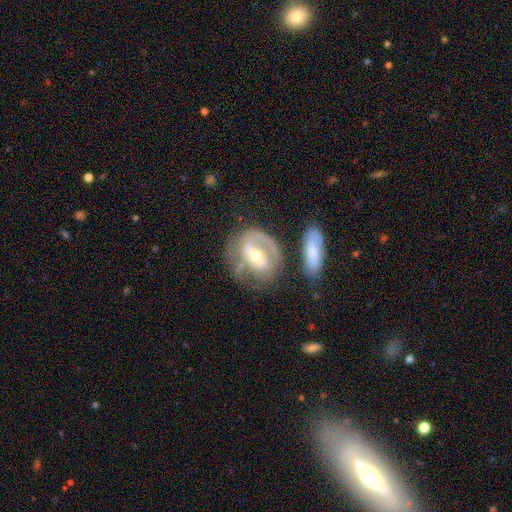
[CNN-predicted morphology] This appears to be a featured or disk galaxy (70%) with no bar (37%), spiral arms (65%) and a moderate central bulge (51%). Merging: none (46%).